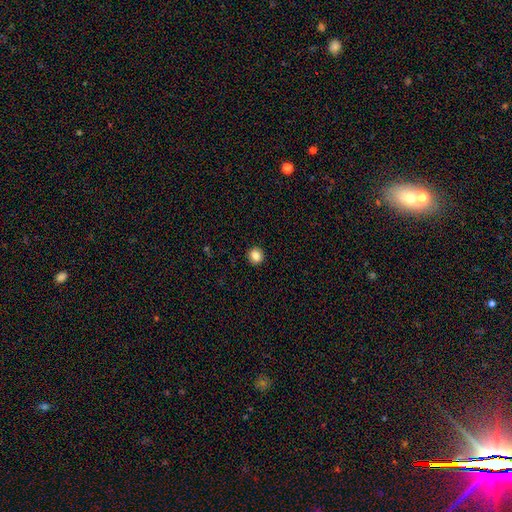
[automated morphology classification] Overall: smooth (86%). How rounded: round (89%). Merging: none (93%).